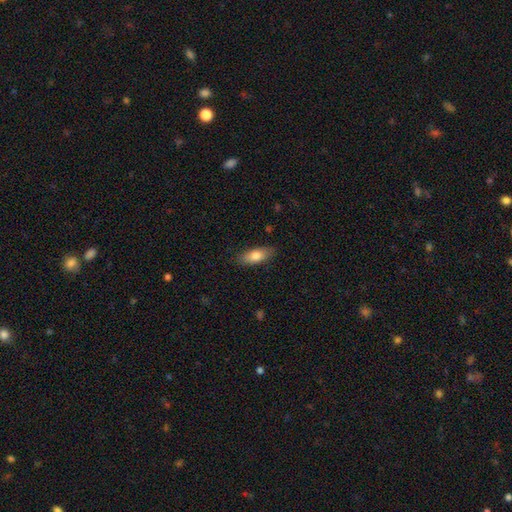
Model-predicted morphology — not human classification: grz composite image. It shows a smooth galaxy with no disk features (78%) that is in between round and cigar-shaped (77%). Merging: none (85%).